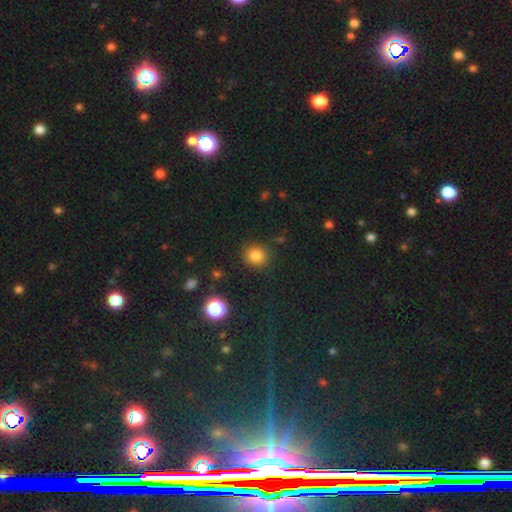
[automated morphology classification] A smooth galaxy with no disk features (82%) that is round (85%). Merging: none (88%).